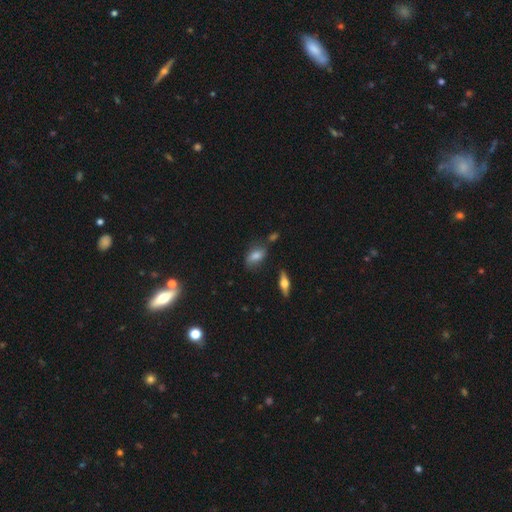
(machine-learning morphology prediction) smooth_or_featured: smooth (p=0.69) [alt: featured or disk p=0.21]
how_rounded: in between (p=0.85) [alt: round p=0.08]
merging: none (p=0.64) [alt: minor disturbance p=0.24]